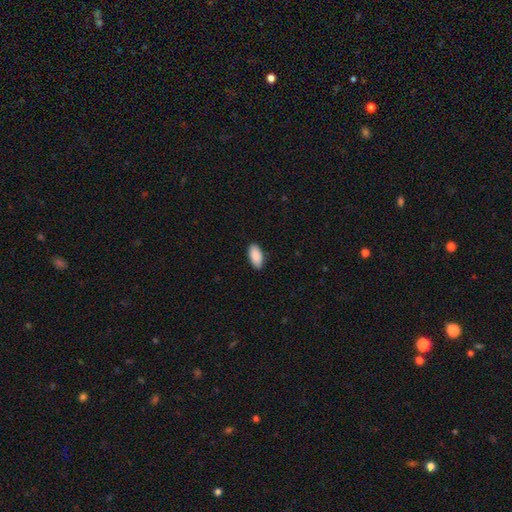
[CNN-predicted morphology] This is clearly a smooth galaxy (91%). How rounded: clearly in between (94%). Merging: clearly none (89%).